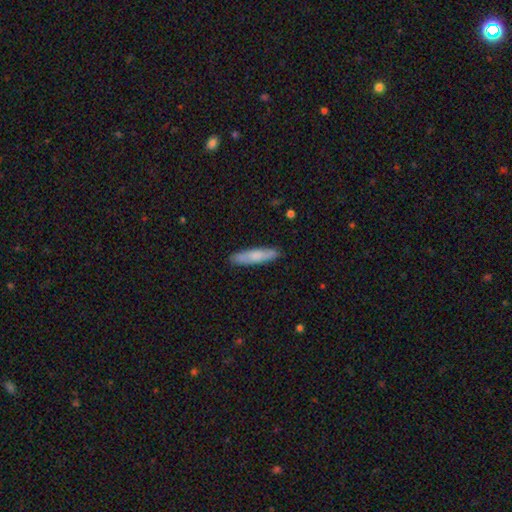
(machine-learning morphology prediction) A smooth galaxy with no disk features (74%) that is cigar-shaped (83%).

Vote fractions:
- Smooth or featured? smooth: 74% / featured or disk: 21% / star or artifact: 5%
- How rounded? cigar-shaped: 83% / in between: 16% / round: 1%
- Merging? none: 88% / minor disturbance: 10% / major disturbance: 2% / merger: 1%